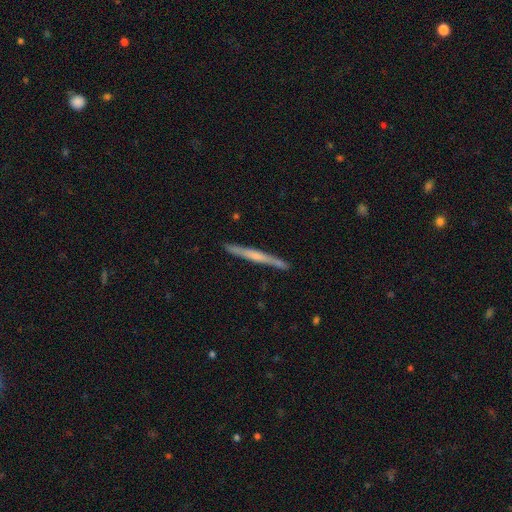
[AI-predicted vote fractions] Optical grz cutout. It shows a featured or disk galaxy (65%) viewed edge-on (97%) with a rounded central bulge (45%, tied with none). Merging: none (89%).